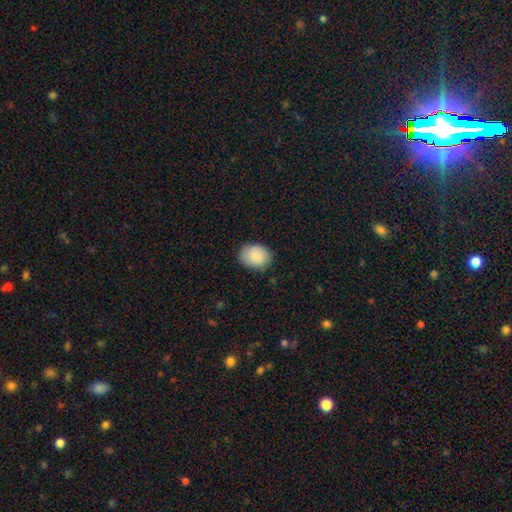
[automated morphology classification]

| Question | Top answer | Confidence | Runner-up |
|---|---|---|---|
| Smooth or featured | smooth | 88% | star or artifact (6%) |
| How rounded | in between | 59% | round (40%) |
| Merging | none | 84% | minor disturbance (13%) |